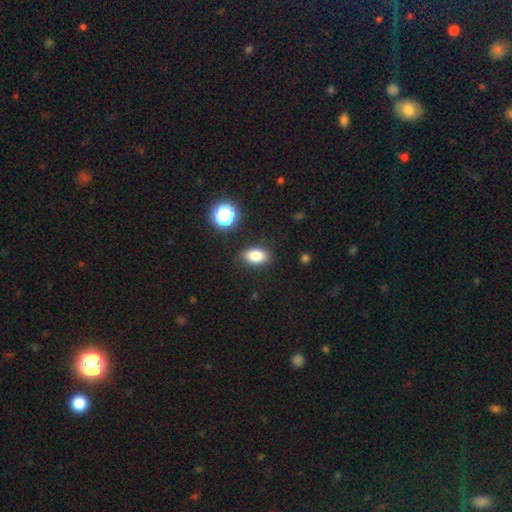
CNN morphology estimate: The model was most divided on "smooth or featured": smooth: 83%, star or artifact: 11%, featured or disk: 6%. More confident: merging — none (85%); how rounded — in between (85%).